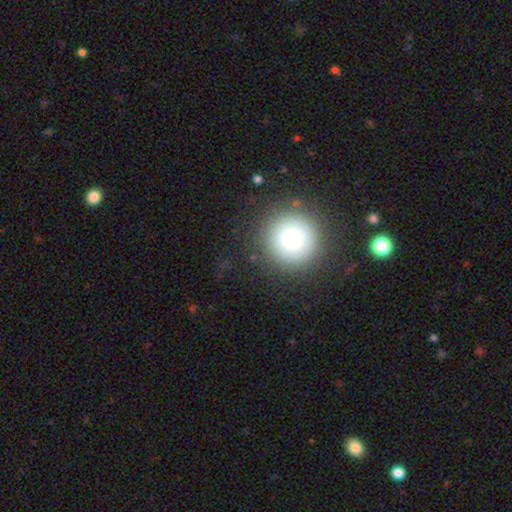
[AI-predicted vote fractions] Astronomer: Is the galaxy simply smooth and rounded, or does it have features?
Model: smooth — 67%.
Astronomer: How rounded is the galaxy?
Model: round — 95%.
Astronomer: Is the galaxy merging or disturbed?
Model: none — 88%.